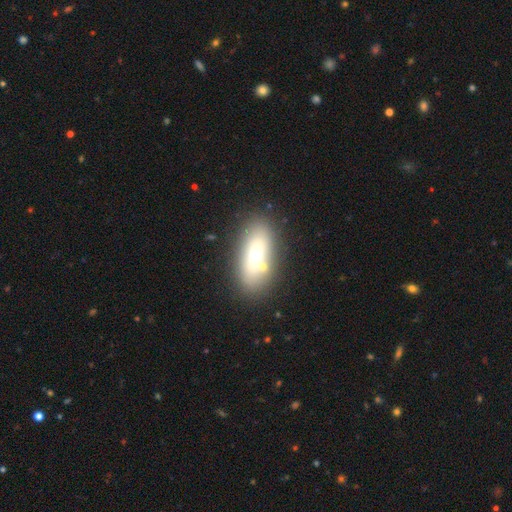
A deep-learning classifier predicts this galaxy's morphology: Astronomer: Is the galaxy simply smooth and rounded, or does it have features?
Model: smooth — 58% (runner-up: featured or disk, 33%).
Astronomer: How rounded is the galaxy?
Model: in between — 82%.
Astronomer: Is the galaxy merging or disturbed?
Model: none — 71%.